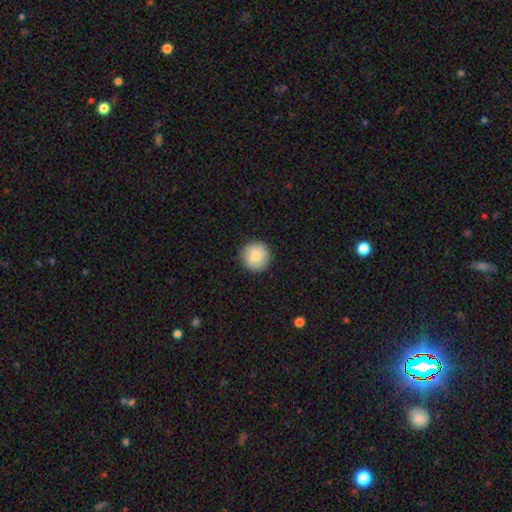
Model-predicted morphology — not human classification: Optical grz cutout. It shows a smooth galaxy with no disk features (85%) that is round (96%). Merging: none (92%).